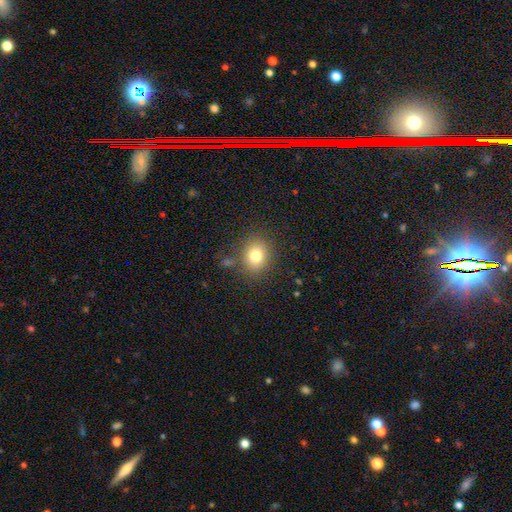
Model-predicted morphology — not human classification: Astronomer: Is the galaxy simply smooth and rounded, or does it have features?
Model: smooth — 78%.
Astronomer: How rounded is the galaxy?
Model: round — 64%.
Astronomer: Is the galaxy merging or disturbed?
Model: none — 82%.